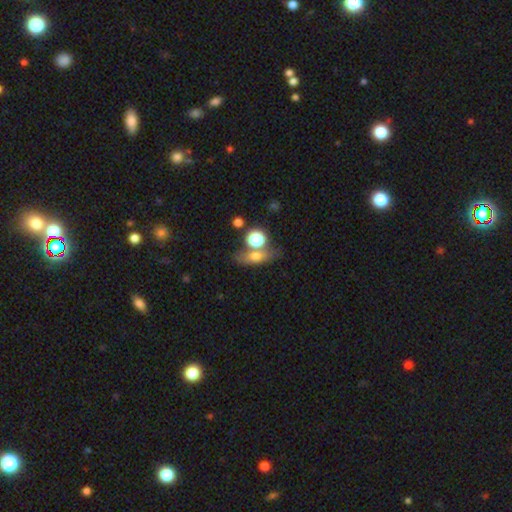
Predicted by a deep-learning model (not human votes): Overall: smooth (64%). How rounded: in between (55%; round 27%). Merging: none (54%; merger 27%).